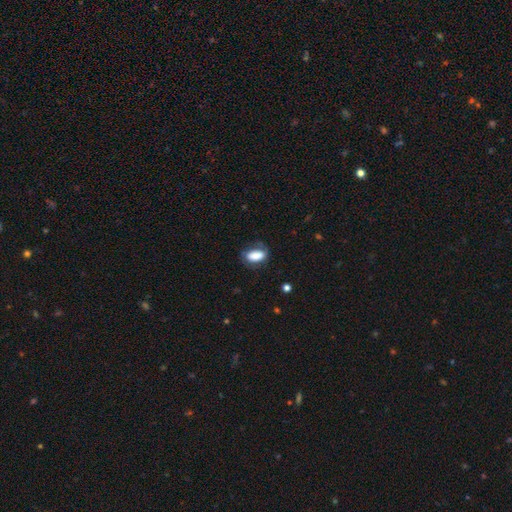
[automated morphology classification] smooth_or_featured: smooth (p=0.78) [alt: featured or disk p=0.14]
how_rounded: in between (p=0.90) [alt: round p=0.06]
merging: none (p=0.60) [alt: minor disturbance p=0.25]